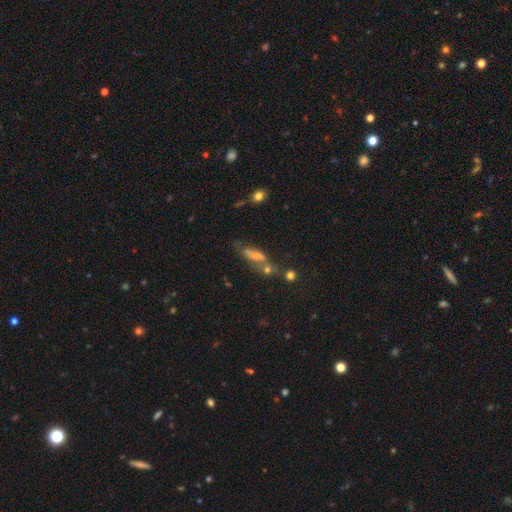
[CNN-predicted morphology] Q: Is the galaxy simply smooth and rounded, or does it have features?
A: featured or disk — 40%, tied with smooth.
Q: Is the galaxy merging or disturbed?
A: none — 47%.